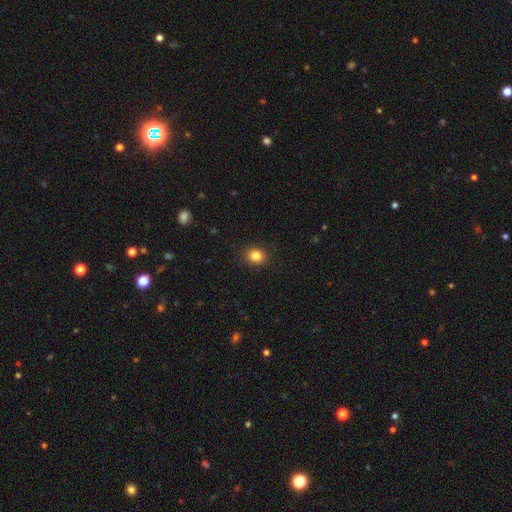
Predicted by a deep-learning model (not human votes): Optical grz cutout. It shows a smooth galaxy with no disk features (84%) that is round (72%). Merging: none (89%).